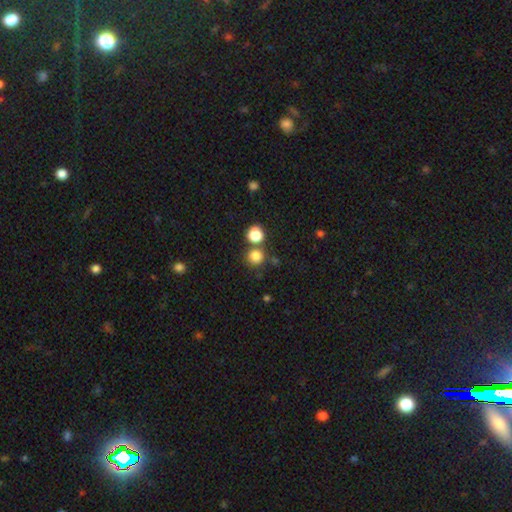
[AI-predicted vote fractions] The model was most divided on "merging": none: 69%, merger: 21%, minor disturbance: 7%, major disturbance: 3%. More confident: how rounded — round (90%); smooth or featured — smooth (81%).